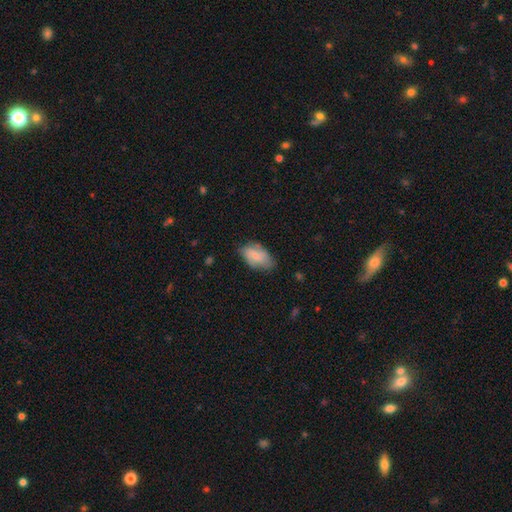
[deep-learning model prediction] Overall: smooth (62%; featured or disk 31%). How rounded: in between (92%). Merging: none (57%; minor disturbance 32%).